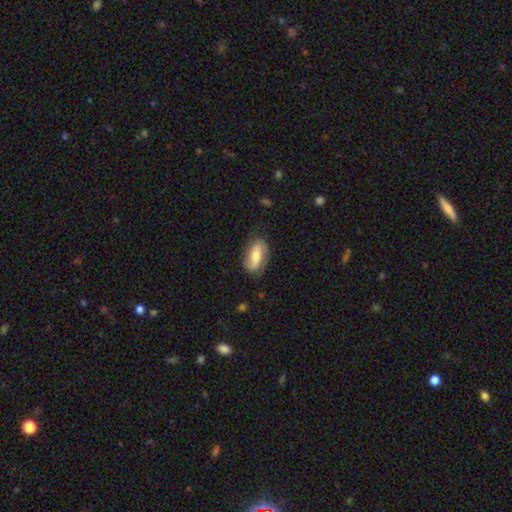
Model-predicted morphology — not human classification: Smooth or featured? featured or disk (54%)
Edge-on disk? no (90%)
Merging? none (76%)